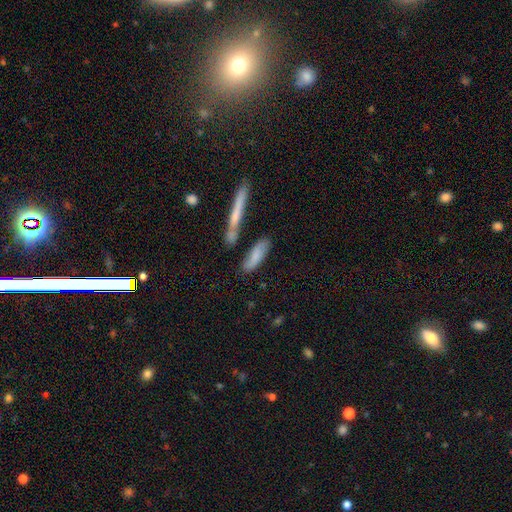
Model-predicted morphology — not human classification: Smooth or featured? Predicted: smooth (p=0.67). How rounded? Predicted: cigar-shaped (p=0.61). Merging? Predicted: none (p=0.65).